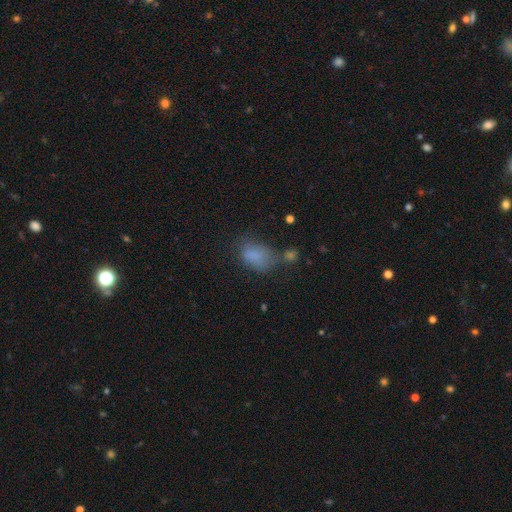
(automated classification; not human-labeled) smooth_or_featured: smooth (p=0.75) [alt: star or artifact p=0.14]
how_rounded: in between (p=0.83) [alt: round p=0.15]
merging: none (p=0.40) [alt: minor disturbance p=0.26]